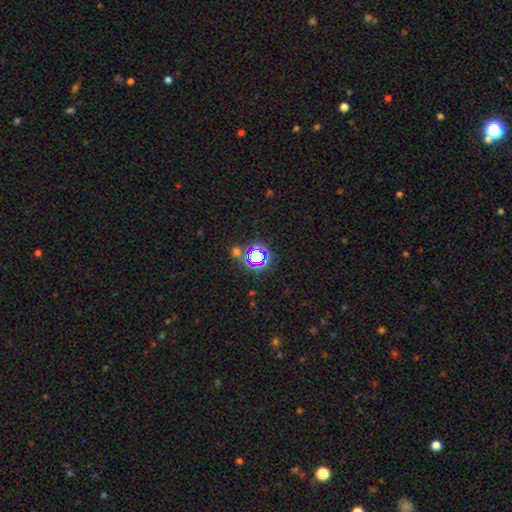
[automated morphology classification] star or artifact 63%, smooth 27%, featured or disk 10%.